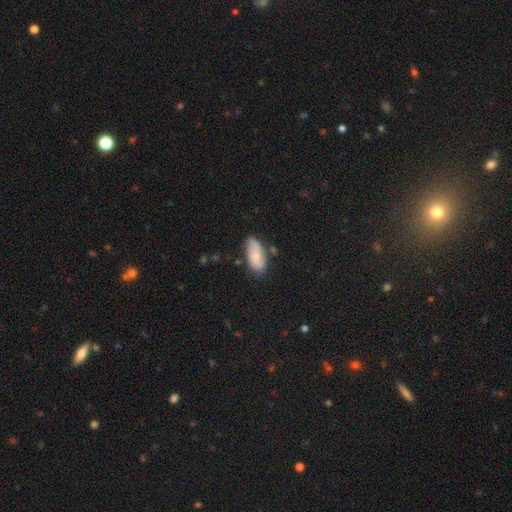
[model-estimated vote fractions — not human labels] Q: Smooth or featured?
A: smooth (69%); runner-up: featured or disk (24%)
Q: How rounded?
A: in between (88%); runner-up: cigar-shaped (9%)
Q: Merging?
A: none (68%); runner-up: minor disturbance (23%)